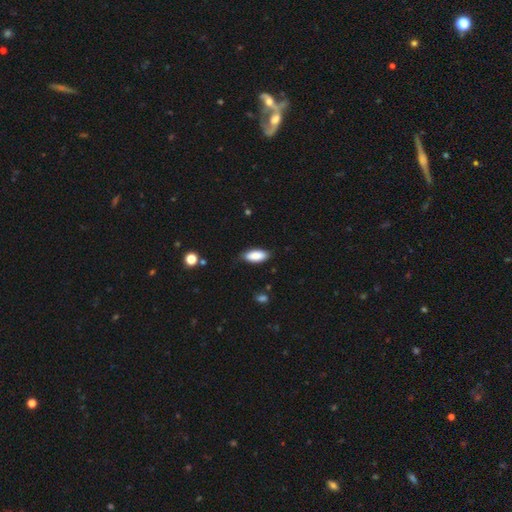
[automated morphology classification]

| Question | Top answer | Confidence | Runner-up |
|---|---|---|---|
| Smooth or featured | smooth | 88% | star or artifact (6%) |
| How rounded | in between | 85% | cigar-shaped (13%) |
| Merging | none | 81% | minor disturbance (15%) |